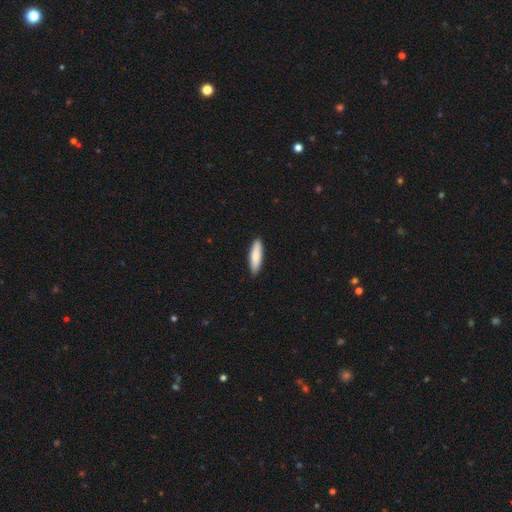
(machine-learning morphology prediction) type=smooth (84%); roundness=cigar-shaped (65%); merging=none (89%).